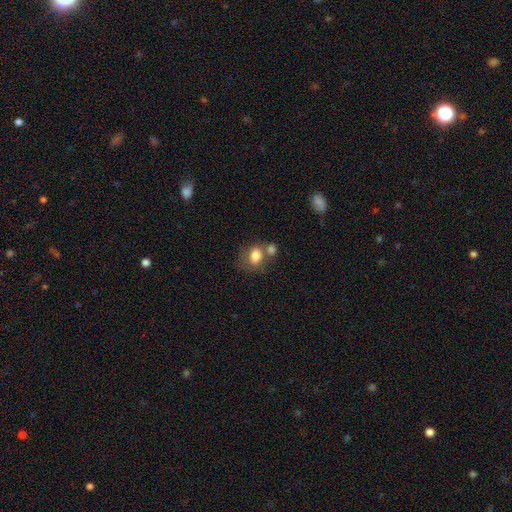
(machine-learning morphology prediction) A smooth galaxy with no disk features (79%) that is in between round and cigar-shaped (61%). Merging: none (41%).